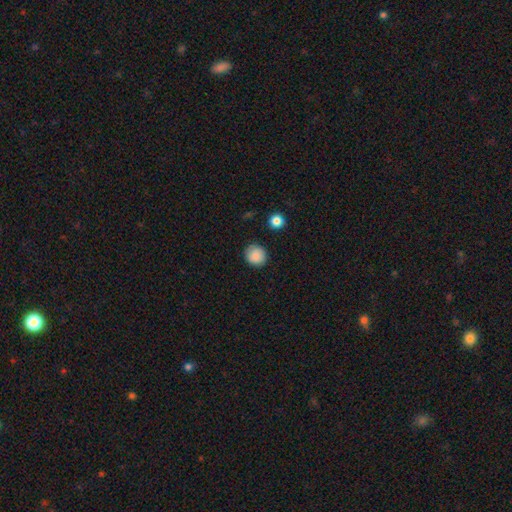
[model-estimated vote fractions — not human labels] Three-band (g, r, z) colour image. It shows a smooth galaxy with no disk features (87%) that is round (90%). Merging: none (88%).